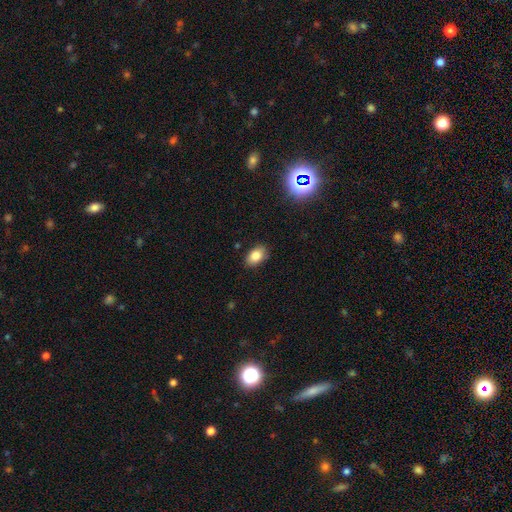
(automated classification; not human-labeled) Q: Smooth or featured?
A: smooth (82%); runner-up: star or artifact (9%)
Q: How rounded?
A: in between (88%); runner-up: round (11%)
Q: Merging?
A: none (85%); runner-up: minor disturbance (12%)